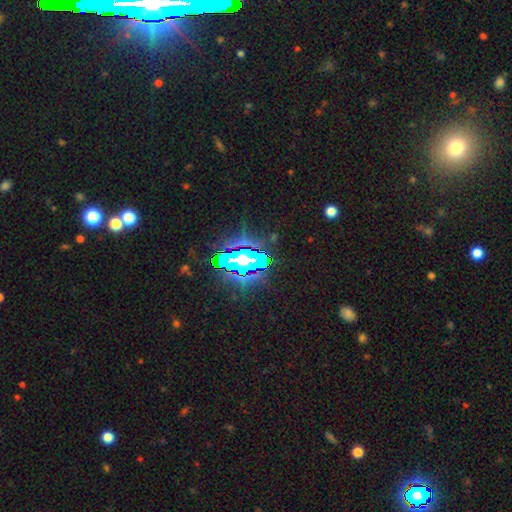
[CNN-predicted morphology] smooth-or-featured: star or artifact: 82% | smooth: 10% | featured or disk: 8%